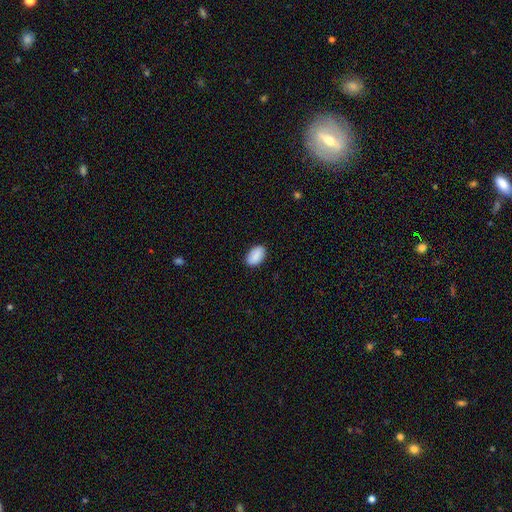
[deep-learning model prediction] Smooth or featured? Predicted: smooth (p=0.88). How rounded? Predicted: in between (p=0.91). Merging? Predicted: none (p=0.86).